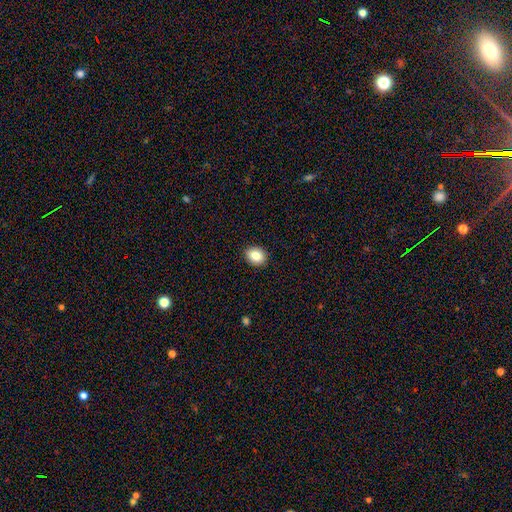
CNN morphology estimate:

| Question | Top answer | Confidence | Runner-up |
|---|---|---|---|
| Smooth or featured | smooth | 84% | star or artifact (9%) |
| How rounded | round | 51% | in between (48%) |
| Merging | none | 91% | minor disturbance (6%) |